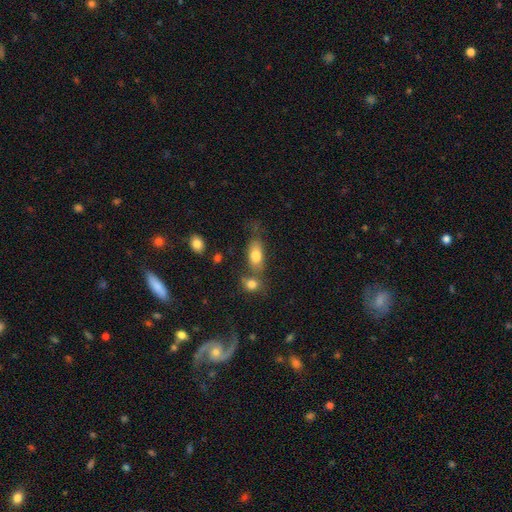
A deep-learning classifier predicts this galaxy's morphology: A smooth galaxy with no disk features (79%) that is in between round and cigar-shaped (85%).

Vote fractions:
- Smooth or featured? smooth: 79% / featured or disk: 13% / star or artifact: 8%
- How rounded? in between: 85% / cigar-shaped: 7% / round: 7%
- Merging? none: 52% / merger: 26% / minor disturbance: 15% / major disturbance: 6%